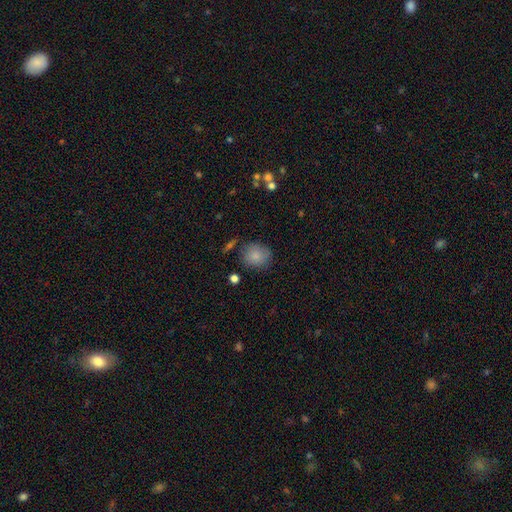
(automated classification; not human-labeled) This appears to be a smooth galaxy with no disk features (85%) that is round (72%). Merging: none (76%).